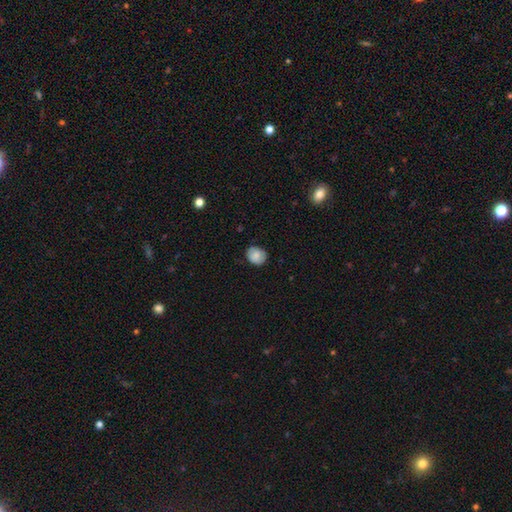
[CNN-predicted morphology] Q: Smooth or featured?
A: smooth (78%); runner-up: featured or disk (14%)
Q: How rounded?
A: round (63%); runner-up: in between (36%)
Q: Merging?
A: none (78%); runner-up: minor disturbance (18%)